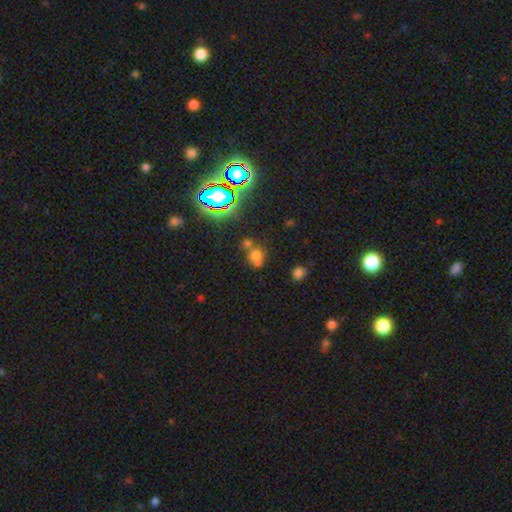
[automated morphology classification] Q: Smooth or featured?
A: smooth (57%); runner-up: star or artifact (28%)
Q: How rounded?
A: round (60%); runner-up: in between (38%)
Q: Merging?
A: none (42%); runner-up: merger (37%)